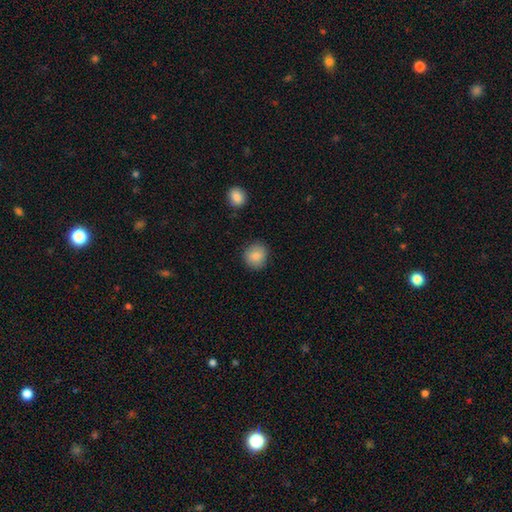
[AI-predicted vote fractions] Morphology: type=smooth (87%); roundness=round (85%); merging=none (88%).